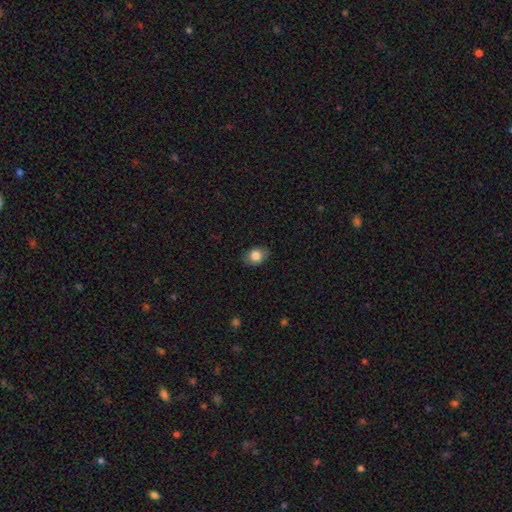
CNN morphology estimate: Q: Smooth or featured?
A: smooth (83%); runner-up: star or artifact (9%)
Q: How rounded?
A: in between (54%); runner-up: round (45%)
Q: Merging?
A: none (81%); runner-up: minor disturbance (15%)